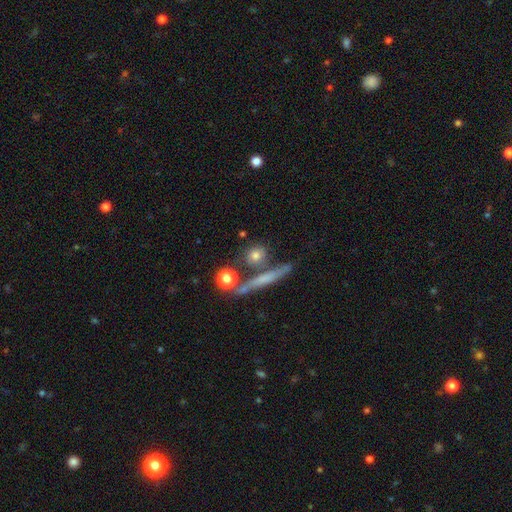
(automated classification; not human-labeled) smooth-or-featured: smooth: 72% | featured or disk: 18% | star or artifact: 10%
  how-rounded: round: 71% | in between: 15% | cigar-shaped: 14%
  merging: none: 67% | merger: 16% | minor disturbance: 12% | major disturbance: 5%